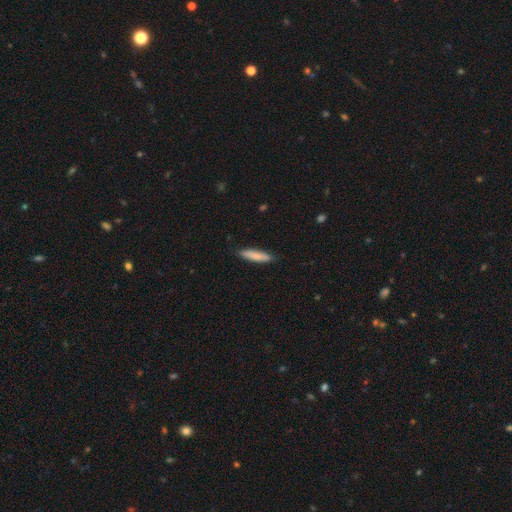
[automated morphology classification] smooth_or_featured: smooth (p=0.80) [alt: featured or disk p=0.14]
how_rounded: cigar-shaped (p=0.81) [alt: in between p=0.18]
merging: none (p=0.86) [alt: minor disturbance p=0.11]